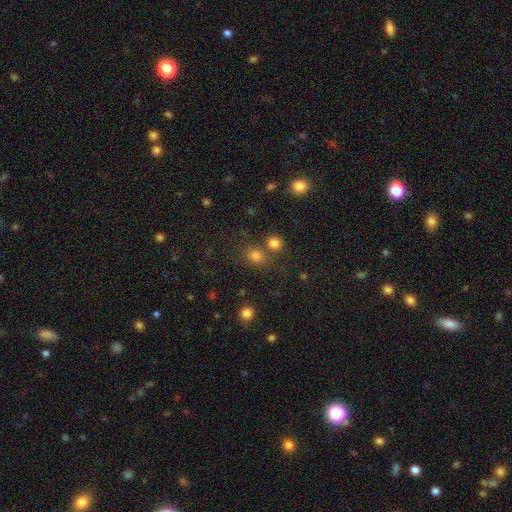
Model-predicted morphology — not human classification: smooth 78%, star or artifact 16%, featured or disk 6%. Down the decision tree: how rounded — round (74%); merging — none (65%).